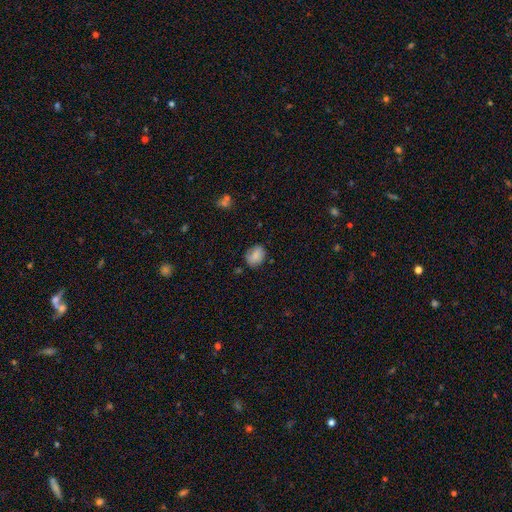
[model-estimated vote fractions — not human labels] A smooth galaxy with no disk features (83%) that is in between round and cigar-shaped (58%). Merging: none (70%).